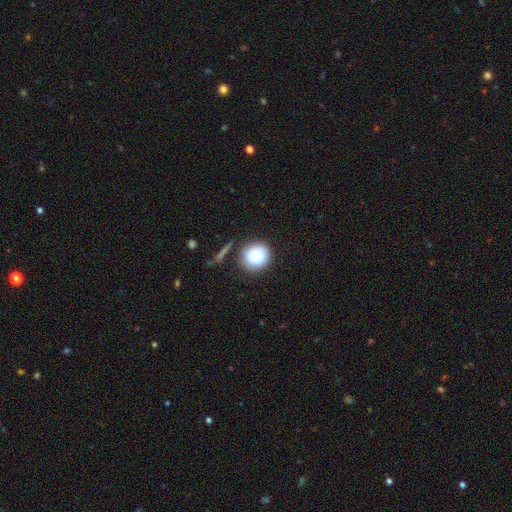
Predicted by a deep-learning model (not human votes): Smooth or featured?
  - smooth: 84% *
  - star or artifact: 8%
  - featured or disk: 7%
How rounded?
  - round: 90% *
  - in between: 9%
  - cigar-shaped: 1%
Merging?
  - none: 76% *
  - minor disturbance: 14%
  - merger: 5%
  - major disturbance: 5%